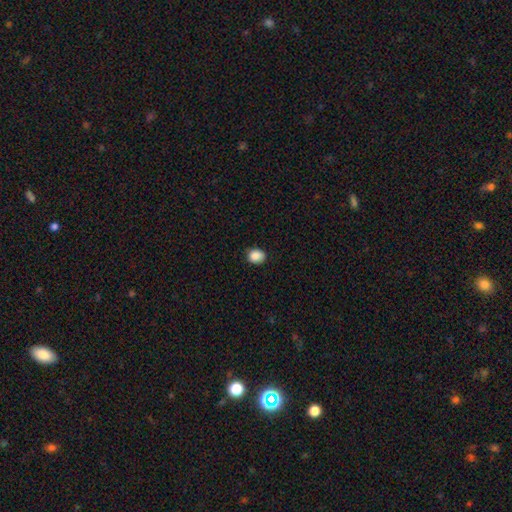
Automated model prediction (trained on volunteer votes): Smooth or featured: smooth — 88% (star or artifact — 9%)
How rounded: round — 63% (in between — 36%)
Merging: none — 85% (minor disturbance — 12%)